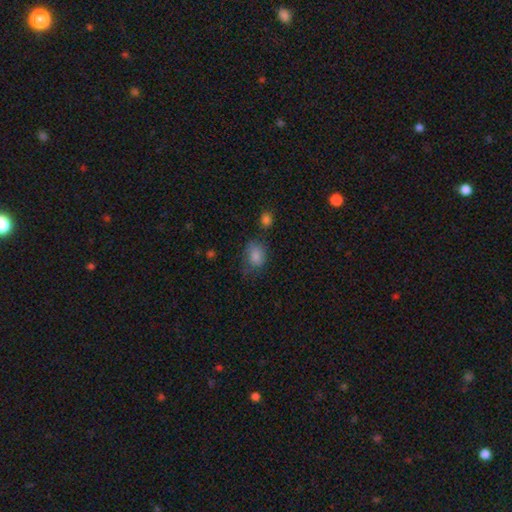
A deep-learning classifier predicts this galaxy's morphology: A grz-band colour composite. It shows a smooth galaxy with no disk features (84%) that is in between round and cigar-shaped (65%). Merging: none (56%).